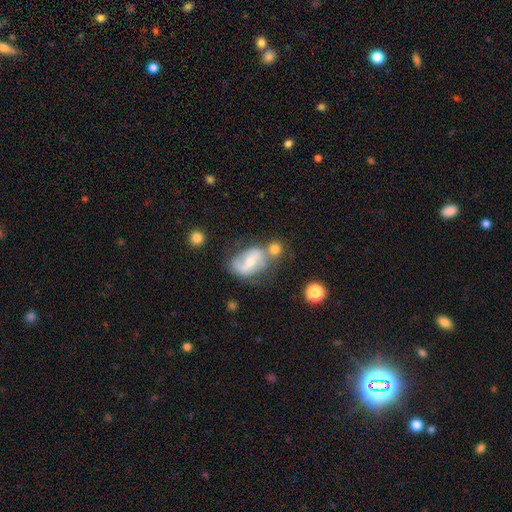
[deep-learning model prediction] featured or disk 66%, smooth 24%, star or artifact 10%. Down the decision tree: edge-on disk — no (95%); bar — weak (42%); spiral arms — yes (76%); bulge size — moderate (47%); merging — none (46%).